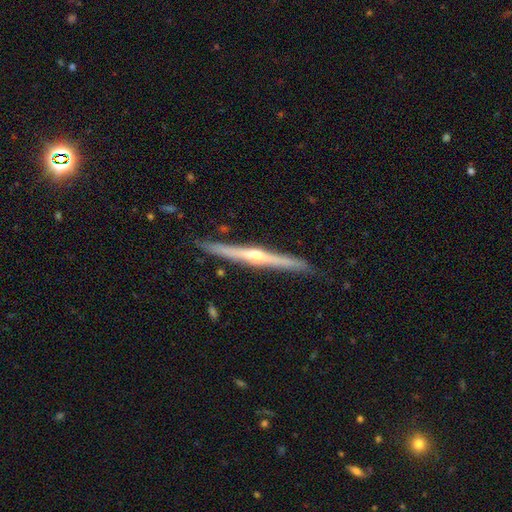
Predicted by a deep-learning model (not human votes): Smooth or featured?
  - featured or disk: 80% *
  - smooth: 15%
  - star or artifact: 5%
Edge-on disk?
  - yes: 98% *
  - no: 2%
Edge-on bulge?
  - rounded: 85% *
  - none: 11%
  - boxy: 4%
Merging?
  - none: 89% *
  - minor disturbance: 8%
  - major disturbance: 1%
  - merger: 1%